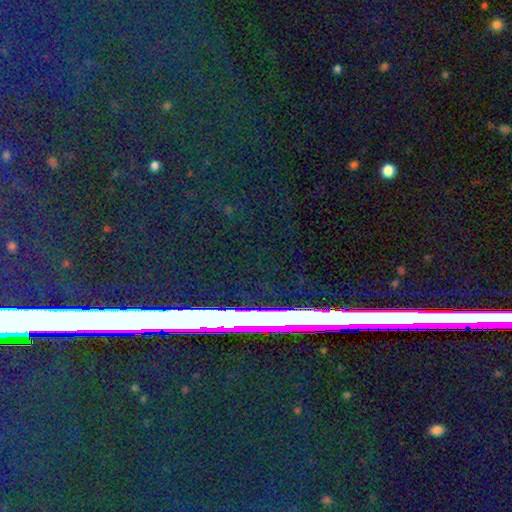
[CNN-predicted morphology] This appears to be a star or artifact, not a galaxy (82%).